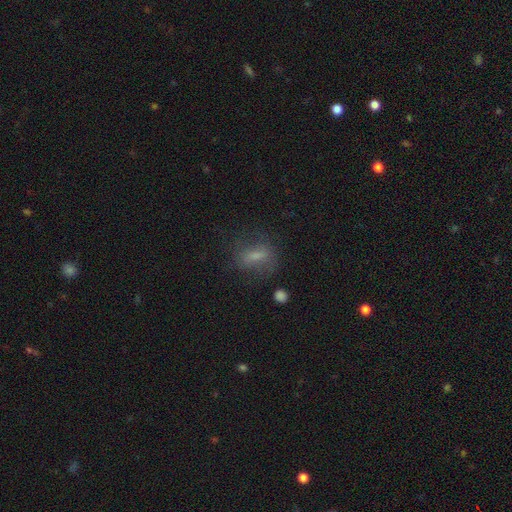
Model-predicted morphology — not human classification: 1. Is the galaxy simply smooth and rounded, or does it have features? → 60% smooth, 25% featured or disk, 15% star or artifact.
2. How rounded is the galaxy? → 58% in between, 27% cigar-shaped, 15% round.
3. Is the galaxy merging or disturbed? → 65% none, 19% minor disturbance, 13% major disturbance, 3% merger.